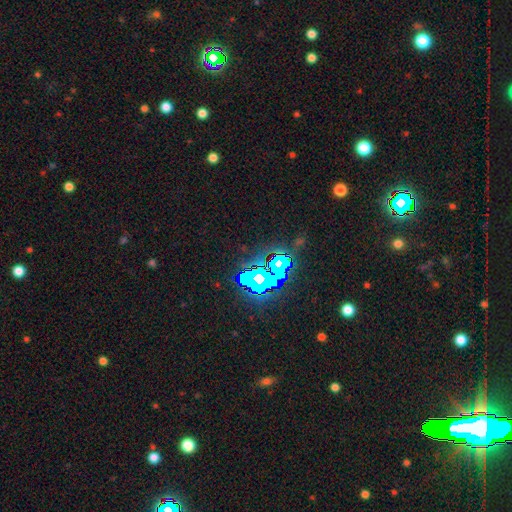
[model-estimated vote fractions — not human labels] Smooth or featured? Predicted: star or artifact (p=0.80).